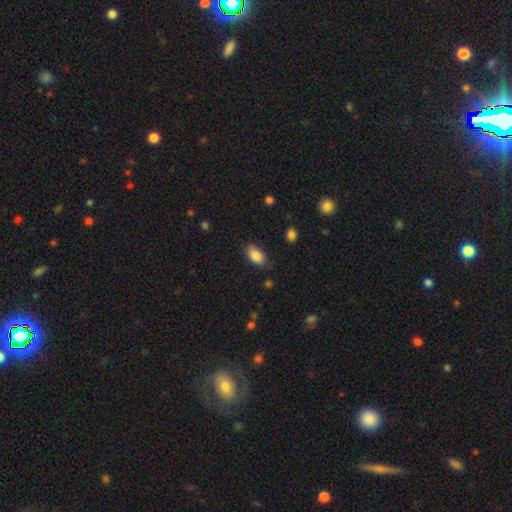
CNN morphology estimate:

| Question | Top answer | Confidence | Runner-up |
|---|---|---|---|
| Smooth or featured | smooth | 86% | star or artifact (7%) |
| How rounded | in between | 92% | cigar-shaped (5%) |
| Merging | none | 82% | minor disturbance (14%) |